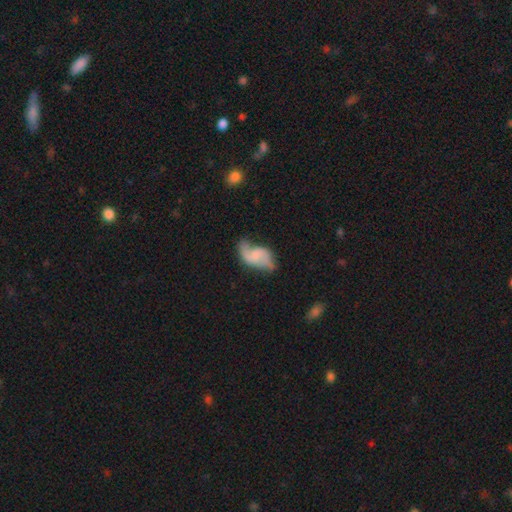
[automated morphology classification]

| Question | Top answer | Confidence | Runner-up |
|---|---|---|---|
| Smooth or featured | featured or disk | 75% | smooth (19%) |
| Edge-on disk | no | 97% | yes (3%) |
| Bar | no | 53% | weak (39%) |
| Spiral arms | yes | 92% | no (8%) |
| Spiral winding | loose | 66% | medium (27%) |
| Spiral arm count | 2 | 87% | 1 (7%) |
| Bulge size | none | 53% | small (27%) |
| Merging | none | 54% | minor disturbance (26%) |